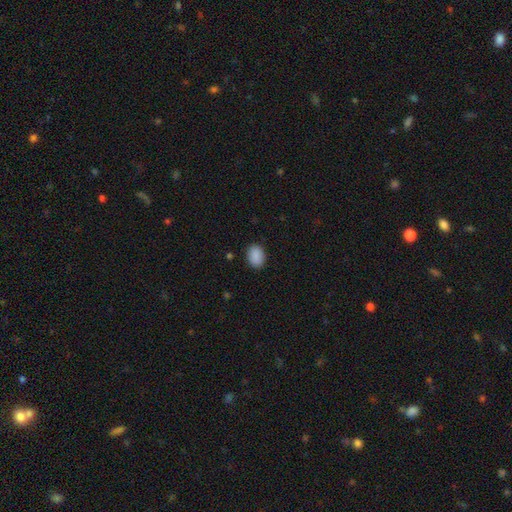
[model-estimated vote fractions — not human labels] A smooth galaxy with no disk features (90%) that is in between round and cigar-shaped (76%).

Vote fractions:
- Smooth or featured? smooth: 90% / star or artifact: 7% / featured or disk: 3%
- How rounded? in between: 76% / round: 23% / cigar-shaped: 1%
- Merging? none: 88% / minor disturbance: 9% / major disturbance: 2% / merger: 1%